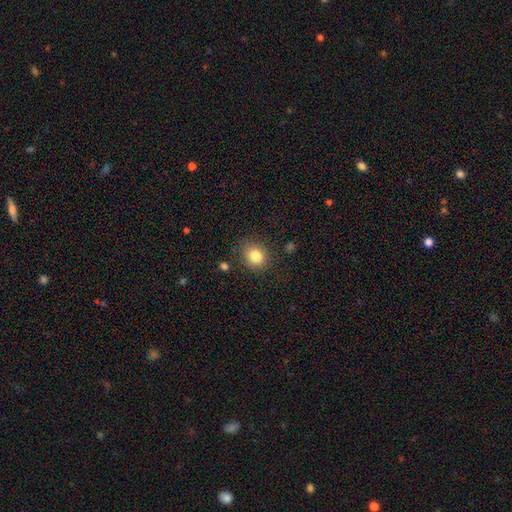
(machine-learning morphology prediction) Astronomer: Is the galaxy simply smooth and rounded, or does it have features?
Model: smooth — 82%.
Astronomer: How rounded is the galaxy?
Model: round — 71%.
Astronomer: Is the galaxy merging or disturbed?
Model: none — 83%.